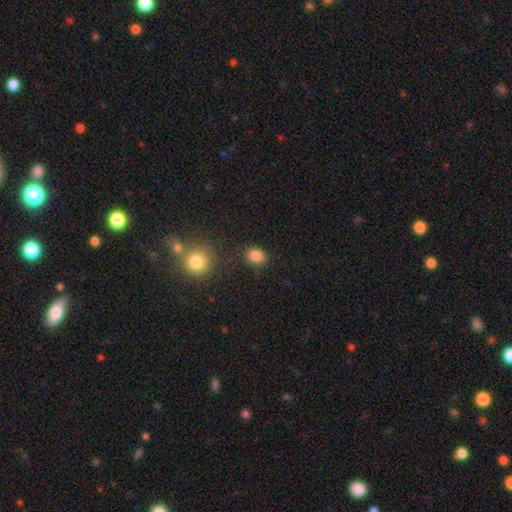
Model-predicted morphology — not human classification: This is clearly a smooth galaxy (84%). How rounded: possibly in between (50%). Merging: clearly none (82%).